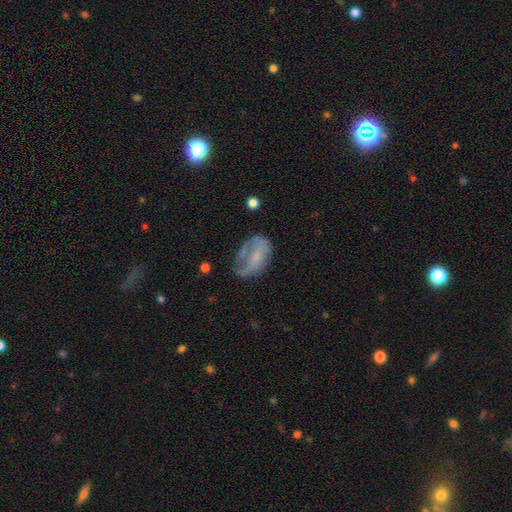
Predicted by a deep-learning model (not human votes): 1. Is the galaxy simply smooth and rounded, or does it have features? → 48% featured or disk, 43% smooth, 9% star or artifact.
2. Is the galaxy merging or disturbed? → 41% none, 29% minor disturbance, 27% major disturbance, 3% merger.